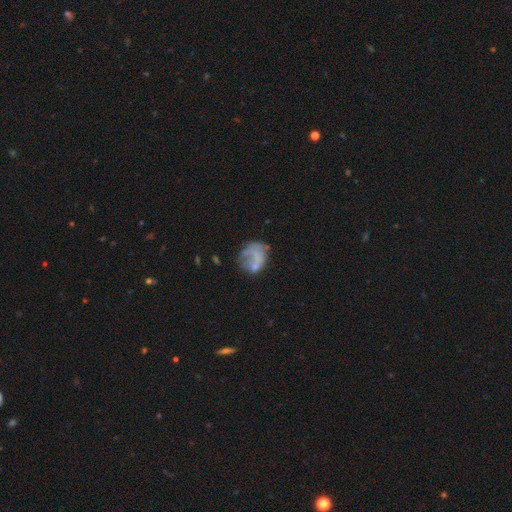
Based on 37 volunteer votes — Morphology: type=smooth (51%); roundness=round (68%); merging=major disturbance (46%).